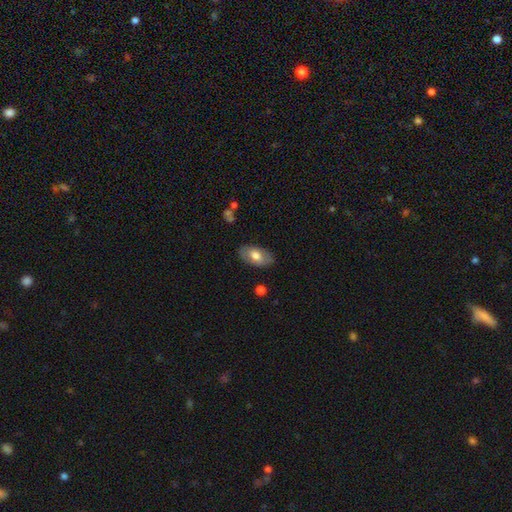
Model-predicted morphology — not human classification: smooth 69%, featured or disk 25%, star or artifact 6%. Down the decision tree: how rounded — in between (93%); merging — none (83%).